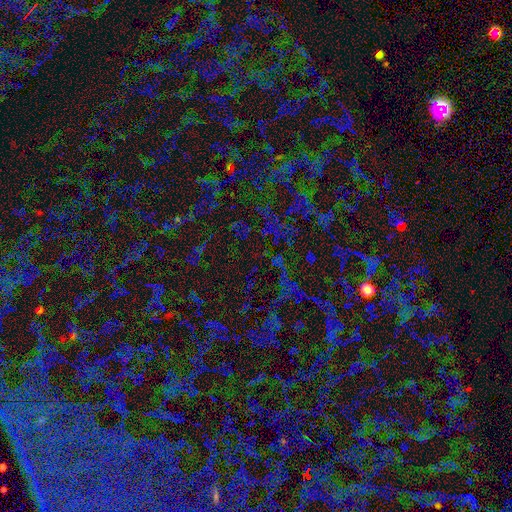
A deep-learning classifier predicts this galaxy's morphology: Q: Smooth or featured?
A: star or artifact (71%); runner-up: smooth (19%)